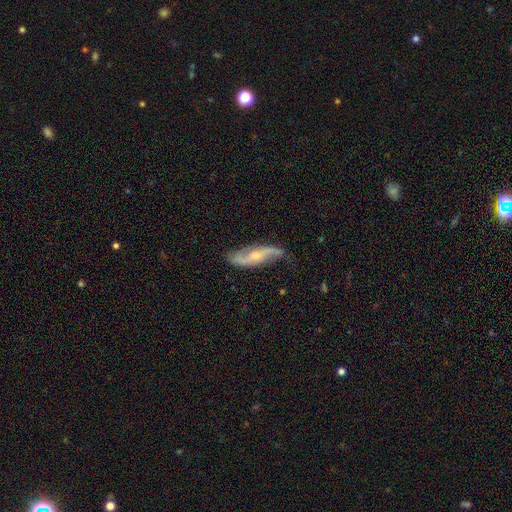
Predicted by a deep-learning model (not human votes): Morphology: type=featured or disk (81%); edge-on=no (87%); bar=no (50%); spiral arms=yes (94%); winding=loose (76%); arm count=2 (92%); bulge=small (49%); merging=none (71%).